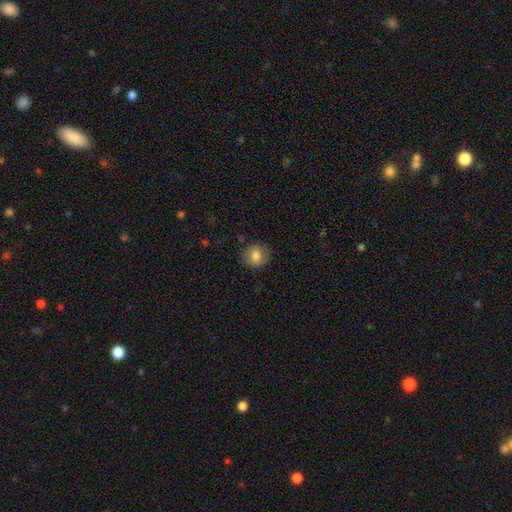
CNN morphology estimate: smooth_or_featured: smooth (p=0.79) [alt: featured or disk p=0.11]
how_rounded: round (p=0.78) [alt: in between p=0.21]
merging: none (p=0.83) [alt: minor disturbance p=0.12]